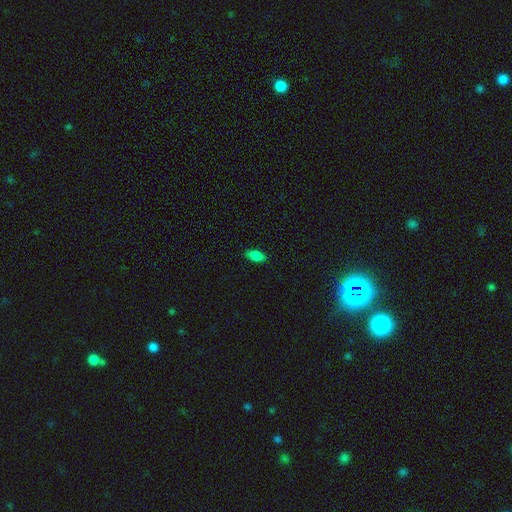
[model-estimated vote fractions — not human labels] The model was most divided on "smooth or featured": smooth: 85%, star or artifact: 10%, featured or disk: 6%. More confident: how rounded — in between (90%); merging — none (87%).